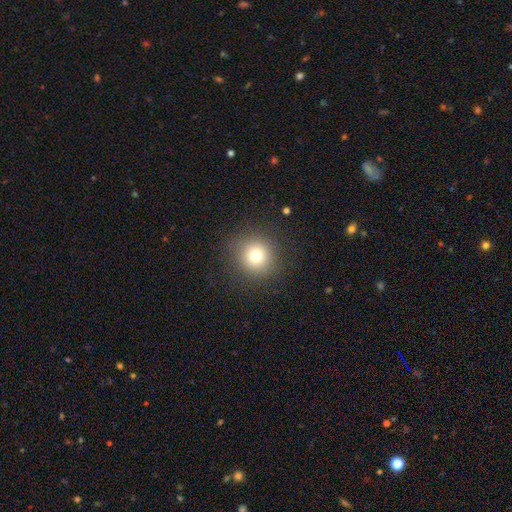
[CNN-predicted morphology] Overall: smooth (75%). How rounded: round (93%). Merging: none (89%).